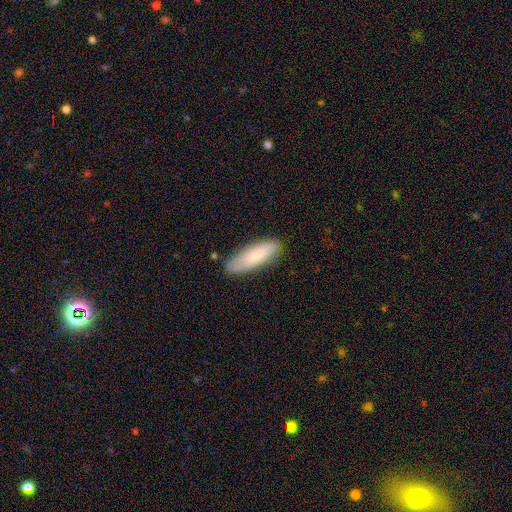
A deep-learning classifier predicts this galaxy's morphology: type=smooth (65%); roundness=in between (57%); merging=none (80%).